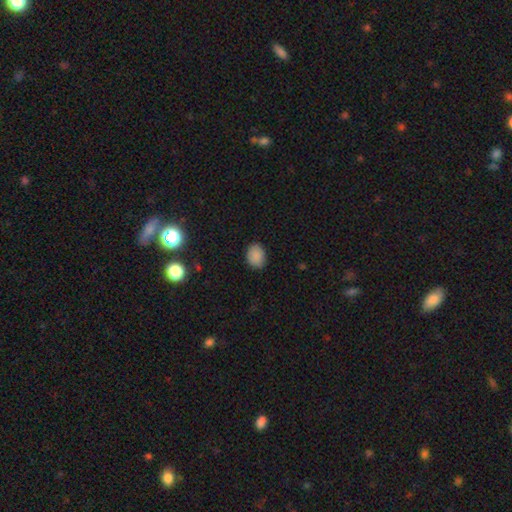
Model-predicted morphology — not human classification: Smooth or featured? Predicted: smooth (p=0.85). How rounded? Predicted: in between (p=0.58). Merging? Predicted: none (p=0.84).